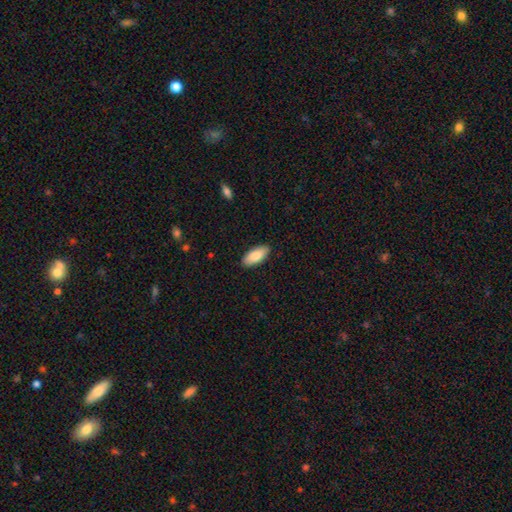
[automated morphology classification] This appears to be a smooth galaxy with no disk features (86%) that is in between round and cigar-shaped (89%). Merging: none (89%).